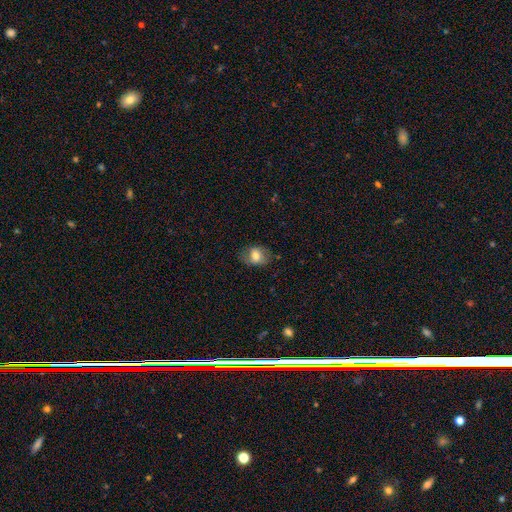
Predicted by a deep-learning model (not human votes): The model was most divided on "smooth or featured": smooth: 66%, featured or disk: 25%, star or artifact: 8%. More confident: merging — none (73%); how rounded — in between (70%).